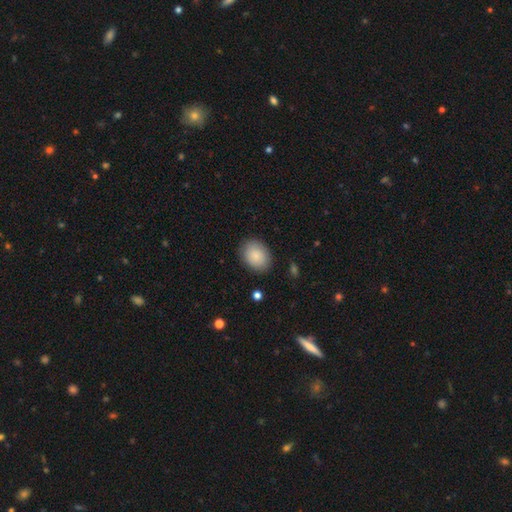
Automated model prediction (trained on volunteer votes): A smooth galaxy with no disk features (86%) that is in between round and cigar-shaped (68%). Merging: none (85%).